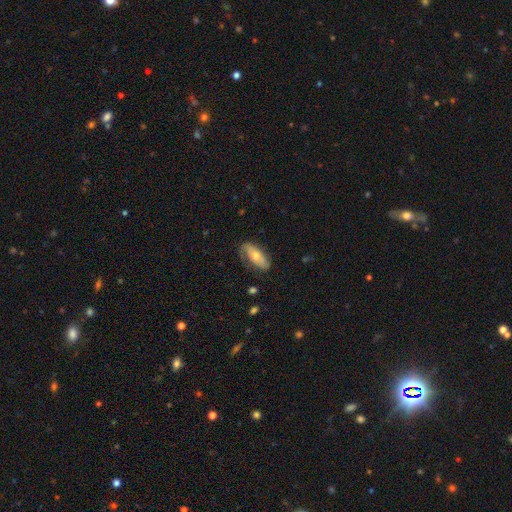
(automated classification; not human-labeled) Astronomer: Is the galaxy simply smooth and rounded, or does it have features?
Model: featured or disk — 51% (runner-up: smooth, 43%).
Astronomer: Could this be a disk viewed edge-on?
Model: no — 81%.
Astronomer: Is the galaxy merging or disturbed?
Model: none — 69%.